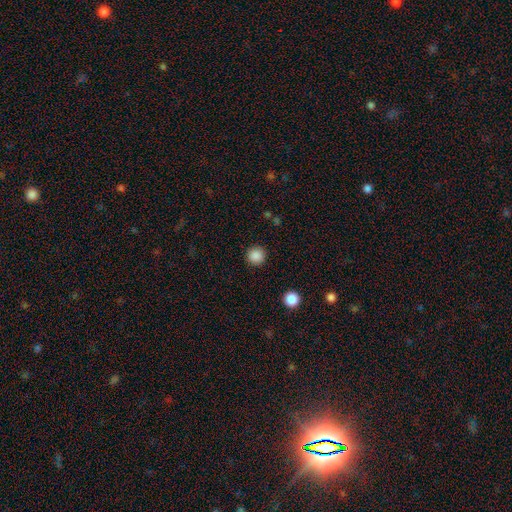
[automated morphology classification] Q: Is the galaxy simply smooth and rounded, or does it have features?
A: smooth — 87%.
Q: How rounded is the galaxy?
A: round — 95%.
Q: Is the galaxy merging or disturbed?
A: none — 91%.